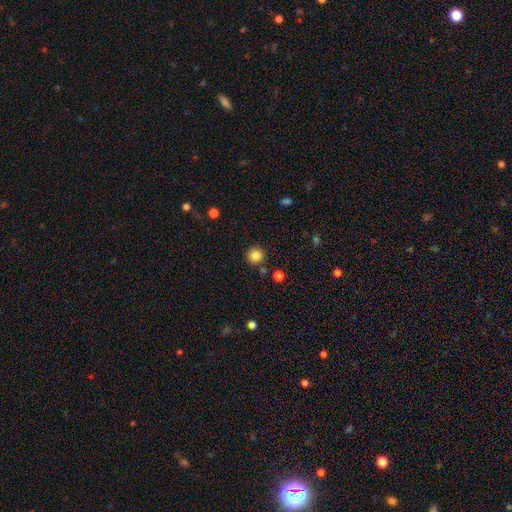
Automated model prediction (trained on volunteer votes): Q: Smooth or featured?
A: smooth (83%); runner-up: star or artifact (12%)
Q: How rounded?
A: round (94%); runner-up: in between (5%)
Q: Merging?
A: none (88%); runner-up: minor disturbance (7%)